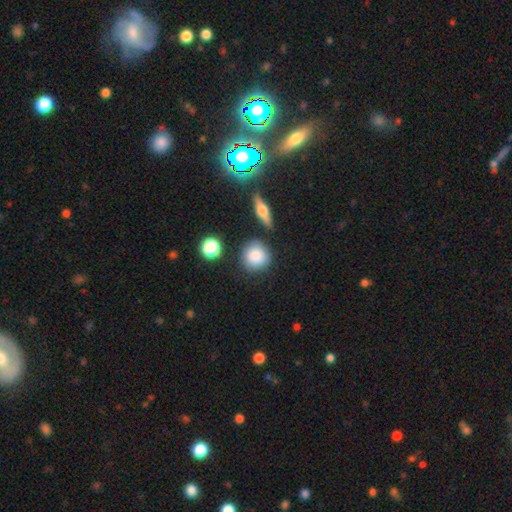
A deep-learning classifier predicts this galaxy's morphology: This is clearly a smooth galaxy (84%). How rounded: clearly round (85%). Merging: likely none (79%).